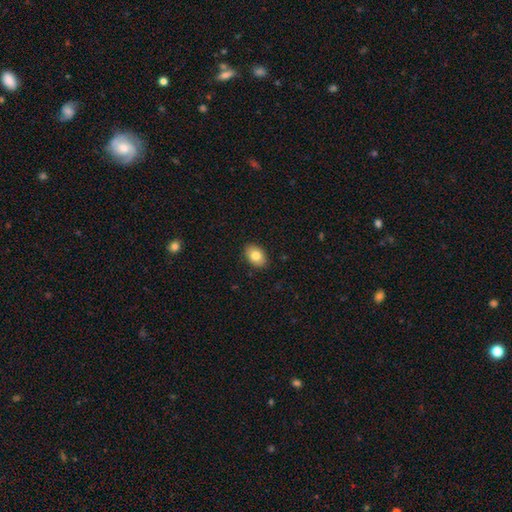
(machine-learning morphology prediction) smooth_or_featured: smooth (p=0.81) [alt: featured or disk p=0.11]
how_rounded: in between (p=0.81) [alt: round p=0.18]
merging: none (p=0.89) [alt: minor disturbance p=0.08]